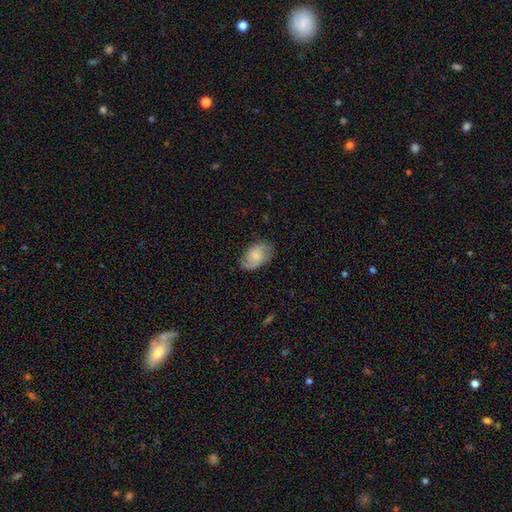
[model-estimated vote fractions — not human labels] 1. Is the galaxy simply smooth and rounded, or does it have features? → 57% featured or disk, 35% smooth, 8% star or artifact.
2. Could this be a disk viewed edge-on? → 97% no, 3% yes.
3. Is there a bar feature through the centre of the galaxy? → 63% no, 32% weak, 5% strong.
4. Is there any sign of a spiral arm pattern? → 92% yes, 8% no.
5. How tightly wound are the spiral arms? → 47% medium, 31% loose, 23% tight.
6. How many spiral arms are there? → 83% 2, 8% can't tell, 6% 1, 2% 3, 1% 4, 1% more than 4.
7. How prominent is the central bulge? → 34% small, 29% none, 25% moderate, 10% large, 2% dominant.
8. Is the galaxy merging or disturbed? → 75% none, 18% minor disturbance, 6% major disturbance, 1% merger.